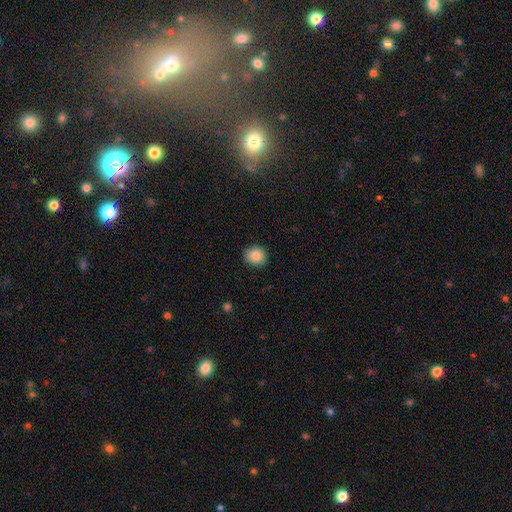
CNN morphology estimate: smooth_or_featured: smooth (p=0.87) [alt: star or artifact p=0.09]
how_rounded: round (p=0.82) [alt: in between p=0.17]
merging: none (p=0.90) [alt: minor disturbance p=0.07]